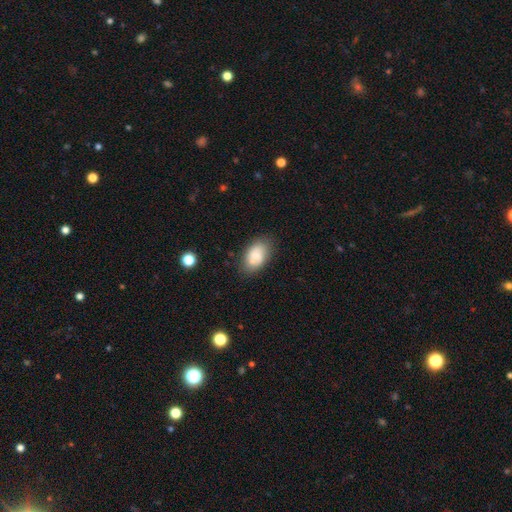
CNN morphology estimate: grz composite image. It shows a smooth galaxy with no disk features (73%) that is in between round and cigar-shaped (90%). Merging: none (70%).